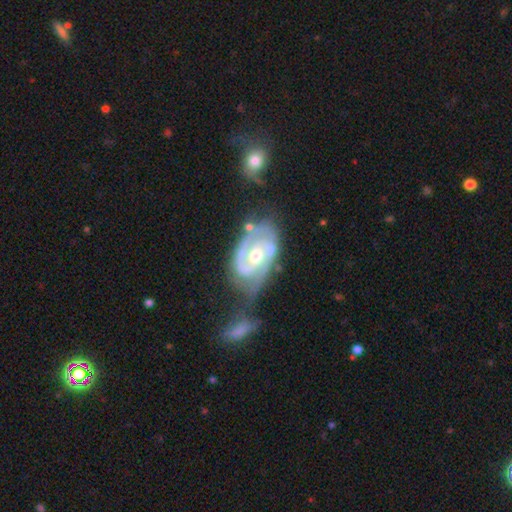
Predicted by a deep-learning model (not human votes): featured or disk 90%, smooth 6%, star or artifact 4%. Down the decision tree: edge-on disk — no (97%); bar — no (55%); spiral arms — yes (96%); spiral arm count — 2 (77%); spiral winding — tight (59%); bulge size — moderate (67%); merging — none (46%).